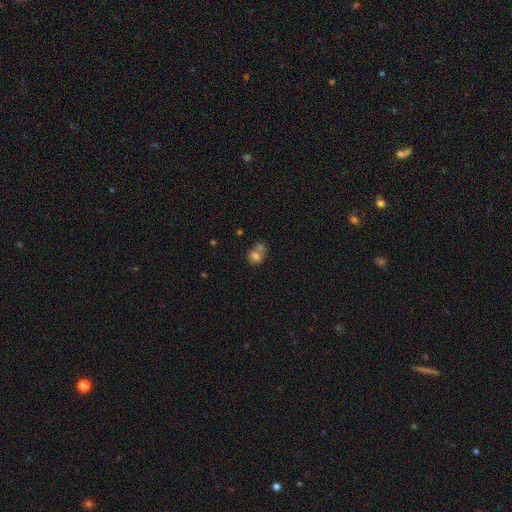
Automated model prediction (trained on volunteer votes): Smooth or featured? Predicted: smooth (p=0.70). How rounded? Predicted: round (p=0.50). Merging? Predicted: merger (p=0.53).